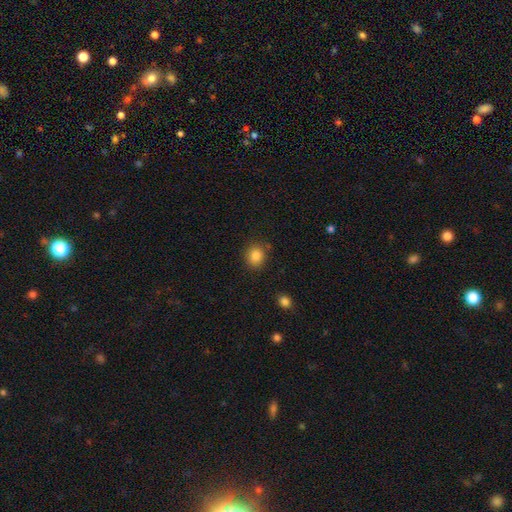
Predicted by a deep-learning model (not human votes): Smooth or featured?
  - smooth: 86% *
  - star or artifact: 10%
  - featured or disk: 5%
How rounded?
  - round: 74% *
  - in between: 25%
  - cigar-shaped: 1%
Merging?
  - none: 81% *
  - minor disturbance: 12%
  - major disturbance: 4%
  - merger: 3%